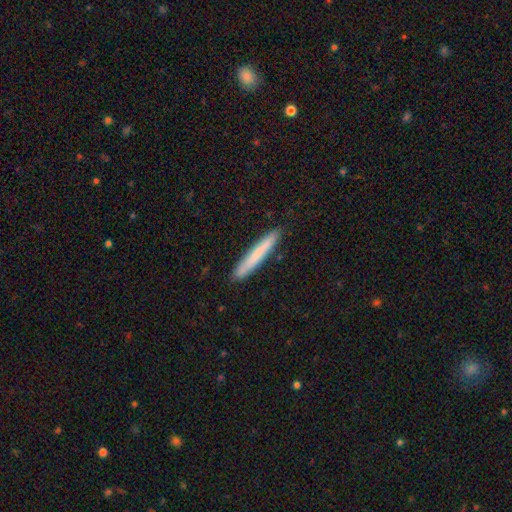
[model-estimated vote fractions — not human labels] Smooth or featured: smooth — 74% (featured or disk — 20%)
How rounded: cigar-shaped — 96% (in between — 3%)
Merging: none — 90% (minor disturbance — 8%)